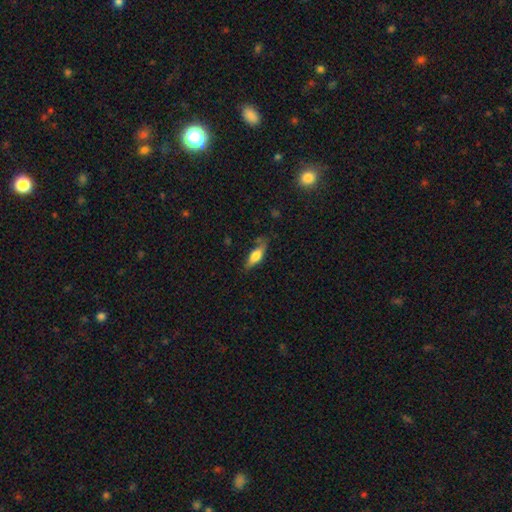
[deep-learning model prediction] smooth 65%, featured or disk 28%, star or artifact 7%. Down the decision tree: how rounded — in between (58%); merging — none (68%).